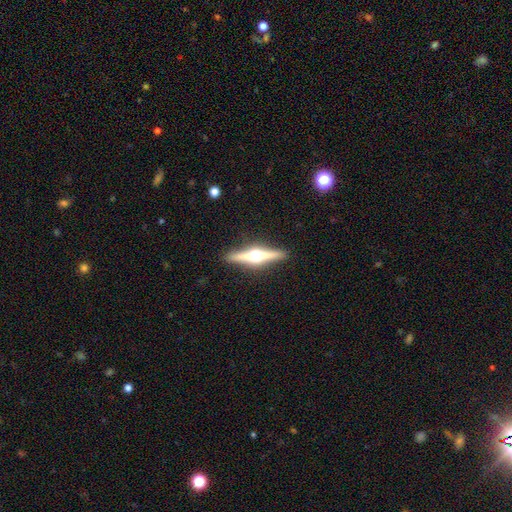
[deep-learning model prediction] A featured or disk galaxy (80%) viewed edge-on (98%) with a rounded central bulge (96%).

Vote fractions:
- Smooth or featured? featured or disk: 80% / smooth: 15% / star or artifact: 5%
- Edge-on disk? yes: 98% / no: 2%
- Edge-on bulge? rounded: 96% / boxy: 2% / none: 1%
- Merging? none: 91% / minor disturbance: 6% / major disturbance: 1% / merger: 1%